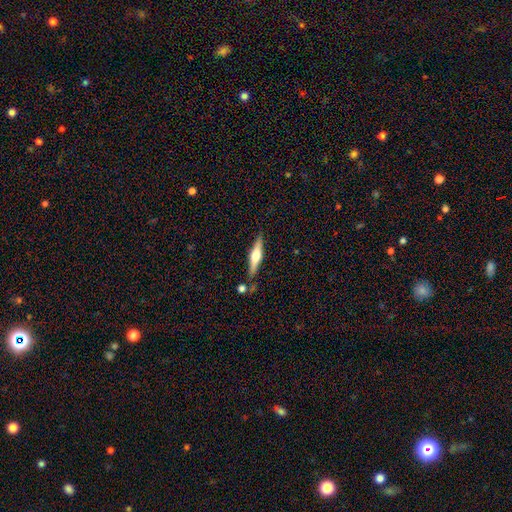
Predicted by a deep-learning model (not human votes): Morphology: type=featured or disk (64%); edge-on=yes (97%); edge-on bulge=rounded (90%); merging=none (81%).